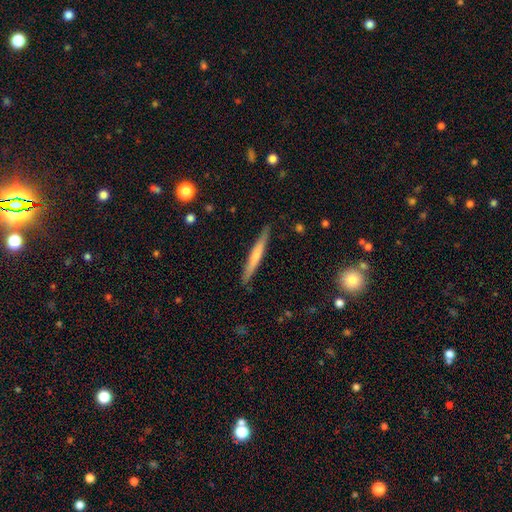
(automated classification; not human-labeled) Overall: smooth (54%; featured or disk 40%). How rounded: cigar-shaped (96%). Merging: none (89%).